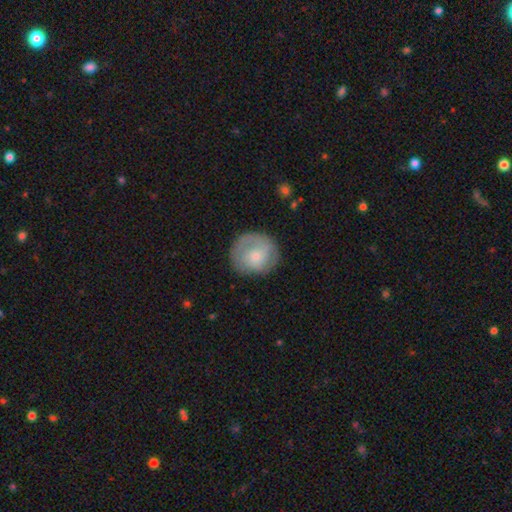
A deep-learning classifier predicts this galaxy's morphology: Q: Smooth or featured?
A: smooth (58%); runner-up: featured or disk (35%)
Q: How rounded?
A: round (87%); runner-up: in between (12%)
Q: Merging?
A: none (73%); runner-up: minor disturbance (18%)